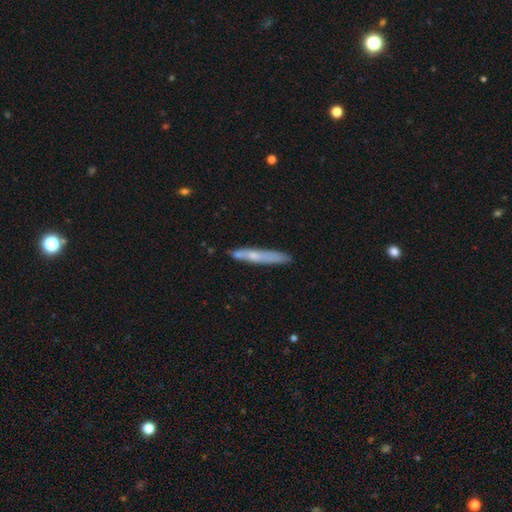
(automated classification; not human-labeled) This appears to be a smooth galaxy with no disk features (53%) that is cigar-shaped (95%). Merging: none (80%).